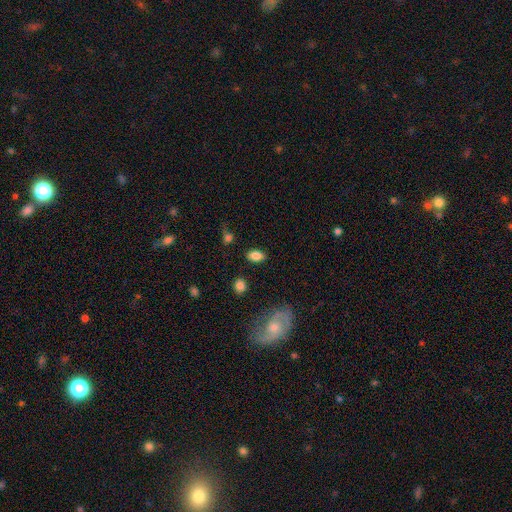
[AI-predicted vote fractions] smooth 84%, star or artifact 9%, featured or disk 7%. Down the decision tree: how rounded — in between (89%); merging — none (84%).